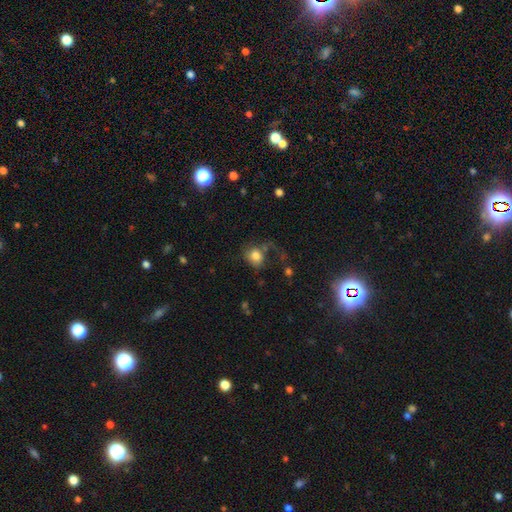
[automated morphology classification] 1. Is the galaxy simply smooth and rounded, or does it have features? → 75% smooth, 15% featured or disk, 10% star or artifact.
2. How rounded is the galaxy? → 68% round, 31% in between, 1% cigar-shaped.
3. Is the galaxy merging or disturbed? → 40% none, 34% major disturbance, 19% minor disturbance, 7% merger.